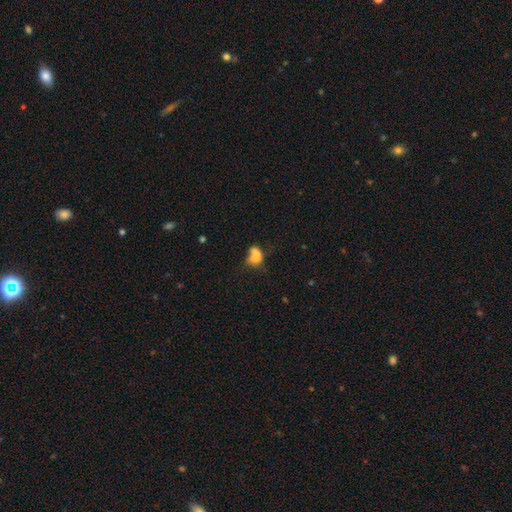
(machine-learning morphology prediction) Q: Smooth or featured?
A: smooth (66%); runner-up: featured or disk (22%)
Q: How rounded?
A: in between (67%); runner-up: round (30%)
Q: Merging?
A: merger (49%); runner-up: none (22%)